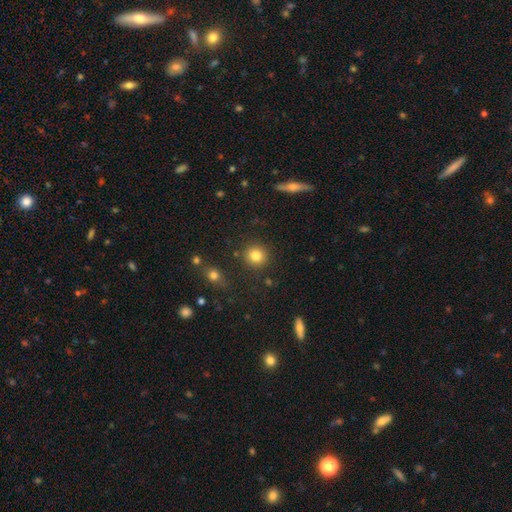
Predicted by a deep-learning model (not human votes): This is clearly a smooth galaxy (82%). How rounded: clearly round (91%). Merging: clearly none (87%).